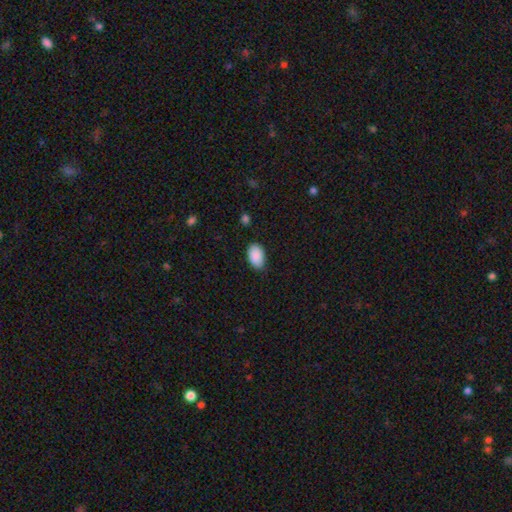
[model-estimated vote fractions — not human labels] smooth 90%, star or artifact 6%, featured or disk 4%. Down the decision tree: how rounded — in between (93%); merging — none (81%).